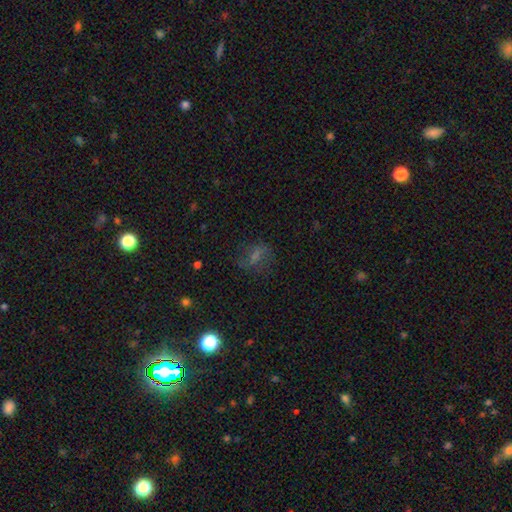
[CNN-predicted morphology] smooth_or_featured: smooth (p=0.45) [alt: featured or disk p=0.33]
merging: none (p=0.62) [alt: minor disturbance p=0.20]